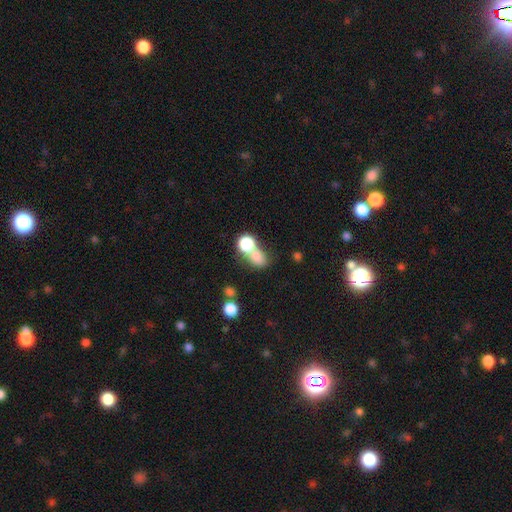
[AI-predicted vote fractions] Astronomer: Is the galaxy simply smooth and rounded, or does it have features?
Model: smooth — 75%.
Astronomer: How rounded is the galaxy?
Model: round — 57% (runner-up: in between, 41%).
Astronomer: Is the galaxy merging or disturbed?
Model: merger — 51% (runner-up: none, 33%).